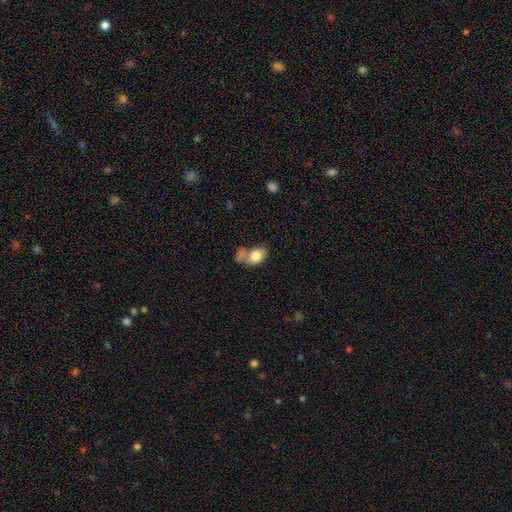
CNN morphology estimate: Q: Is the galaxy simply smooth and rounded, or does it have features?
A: smooth — 78%.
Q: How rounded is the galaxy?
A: in between — 83%.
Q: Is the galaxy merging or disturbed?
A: merger — 40%.